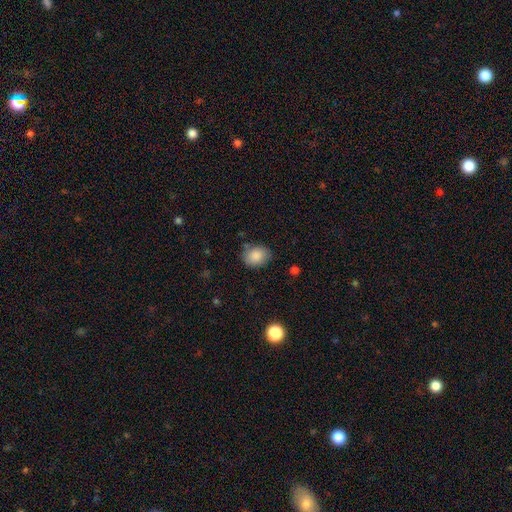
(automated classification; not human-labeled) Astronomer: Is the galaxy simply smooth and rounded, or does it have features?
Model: smooth — 87%.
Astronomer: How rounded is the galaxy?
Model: in between — 56% (runner-up: round, 43%).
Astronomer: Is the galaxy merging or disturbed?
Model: none — 77%.